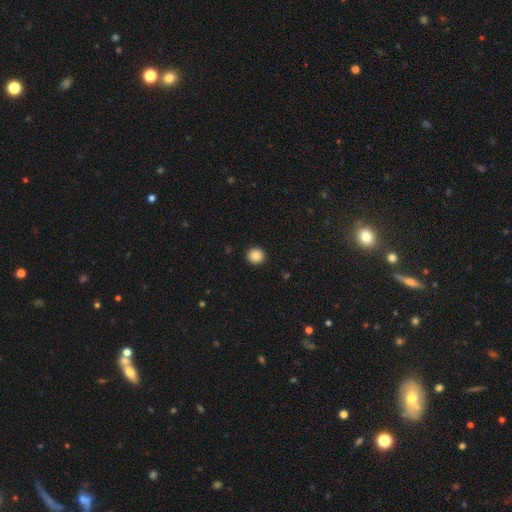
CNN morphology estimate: smooth 88%, star or artifact 10%, featured or disk 3%. Down the decision tree: how rounded — round (93%); merging — none (93%).